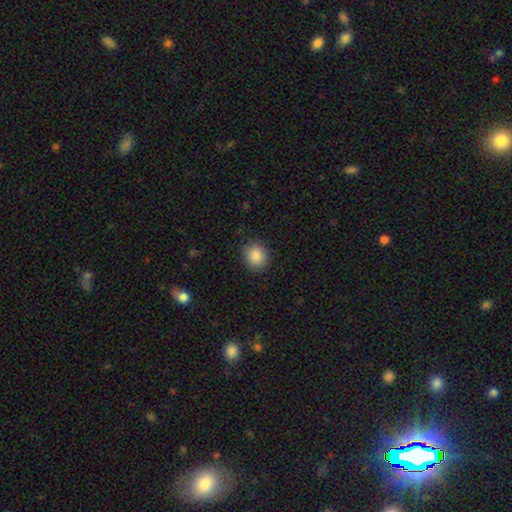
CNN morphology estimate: This appears to be a smooth galaxy with no disk features (88%) that is round (76%). Merging: none (89%).